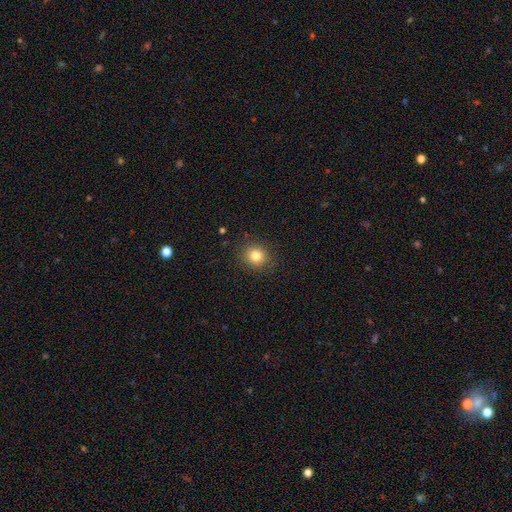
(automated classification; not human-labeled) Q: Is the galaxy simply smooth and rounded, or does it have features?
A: smooth — 82%.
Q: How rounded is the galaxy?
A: round — 80%.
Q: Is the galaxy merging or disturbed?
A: none — 89%.